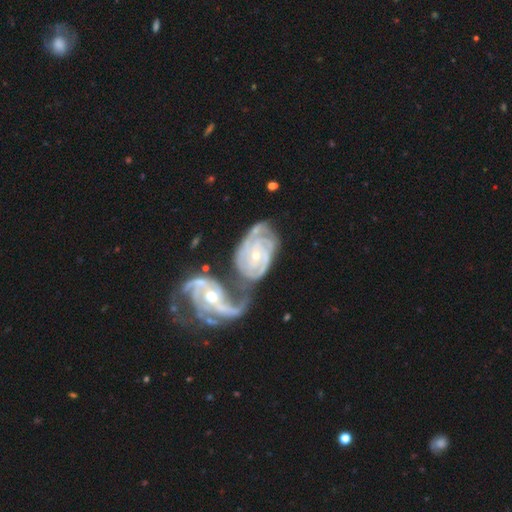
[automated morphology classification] A featured or disk galaxy (91%) with no bar (63%), 3 (32%) tight (61%) spiral arms (98%) and a small central bulge (66%).

Vote fractions:
- Smooth or featured? featured or disk: 91% / smooth: 5% / star or artifact: 5%
- Edge-on disk? no: 97% / yes: 3%
- Bar? no: 63% / weak: 25% / strong: 11%
- Spiral arms? yes: 98% / no: 2%
- Spiral winding? tight: 61% / medium: 31% / loose: 8%
- Spiral arm count? 3: 32% / 2: 19% / can't tell: 18% / 4: 18% / more than 4: 7% / 1: 6%
- Bulge size? small: 66% / moderate: 31% / large: 1% / none: 1% / dominant: 1%
- Merging? merger: 58% / none: 19% / minor disturbance: 13% / major disturbance: 10%